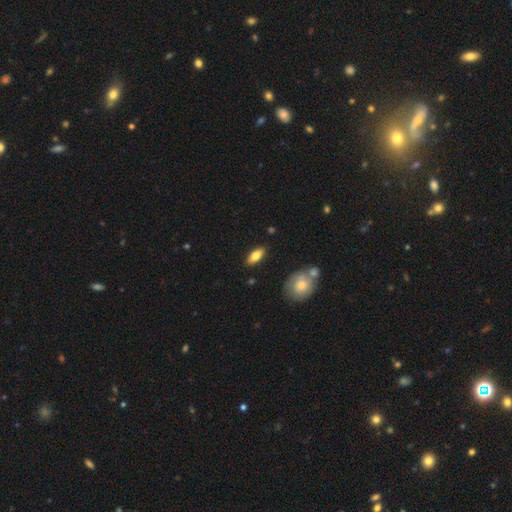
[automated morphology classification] A smooth galaxy with no disk features (73%) that is in between round and cigar-shaped (79%).

Vote fractions:
- Smooth or featured? smooth: 73% / featured or disk: 20% / star or artifact: 7%
- How rounded? in between: 79% / cigar-shaped: 18% / round: 3%
- Merging? none: 86% / minor disturbance: 10% / merger: 2% / major disturbance: 2%